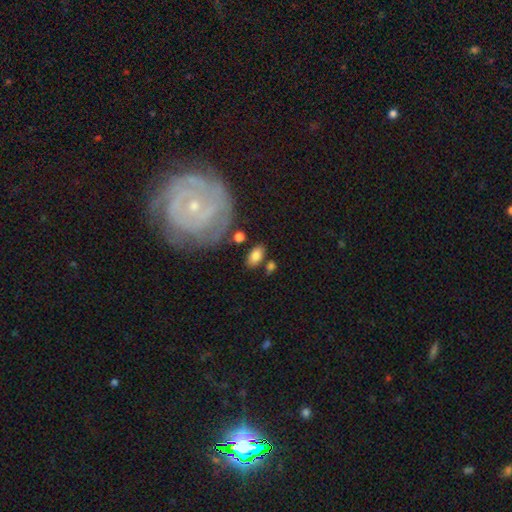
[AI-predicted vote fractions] Morphology: type=smooth (81%); roundness=in between (92%); merging=none (75%).